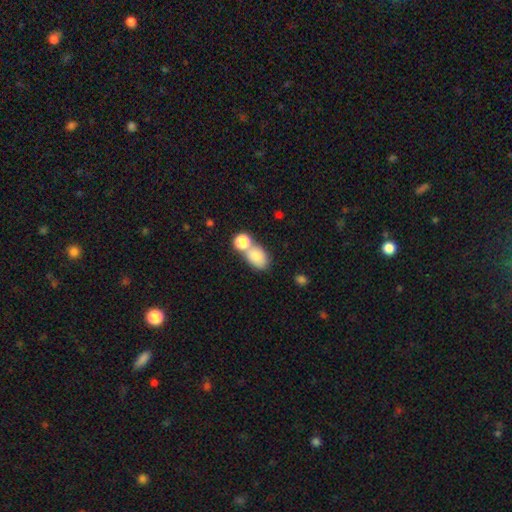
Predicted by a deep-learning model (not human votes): A smooth galaxy with no disk features (79%) that is in between round and cigar-shaped (79%).

Vote fractions:
- Smooth or featured? smooth: 79% / featured or disk: 12% / star or artifact: 9%
- How rounded? in between: 79% / round: 19% / cigar-shaped: 2%
- Merging? merger: 45% / none: 39% / minor disturbance: 11% / major disturbance: 4%